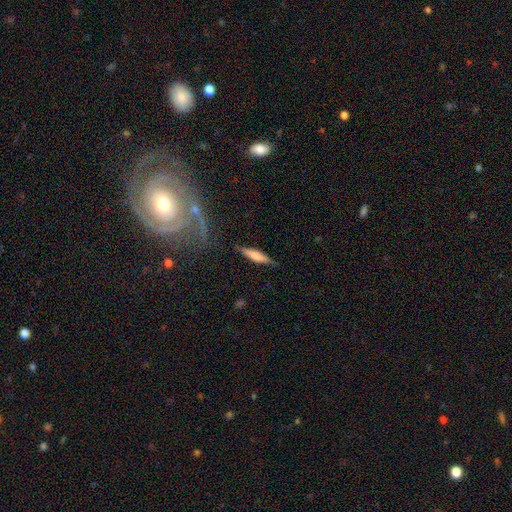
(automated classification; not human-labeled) smooth 62%, featured or disk 32%, star or artifact 6%. Down the decision tree: how rounded — cigar-shaped (82%); merging — none (83%).